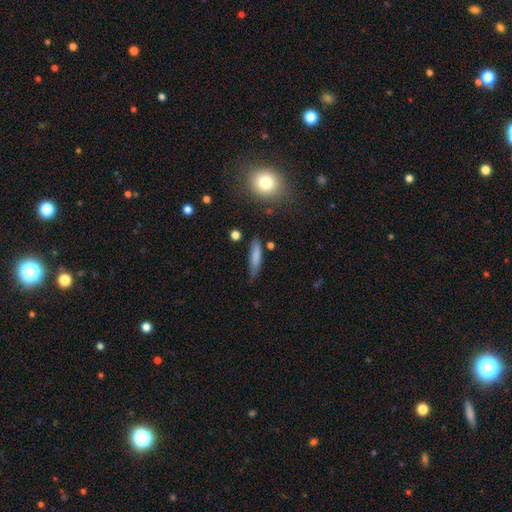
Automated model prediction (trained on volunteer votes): Smooth or featured? smooth (79%)
How rounded? cigar-shaped (70%)
Merging? none (69%)